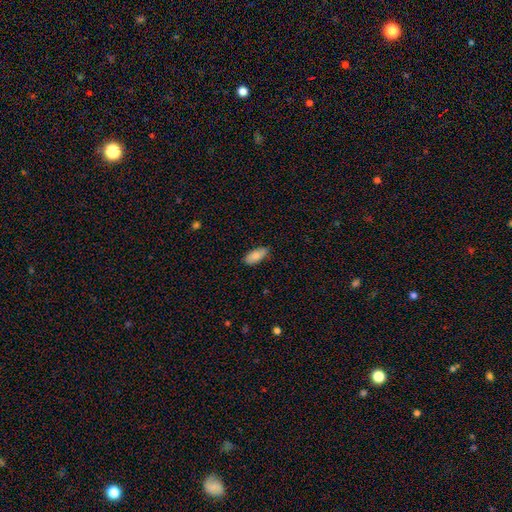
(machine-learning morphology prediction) Smooth or featured? smooth (84%)
How rounded? in between (89%)
Merging? none (82%)